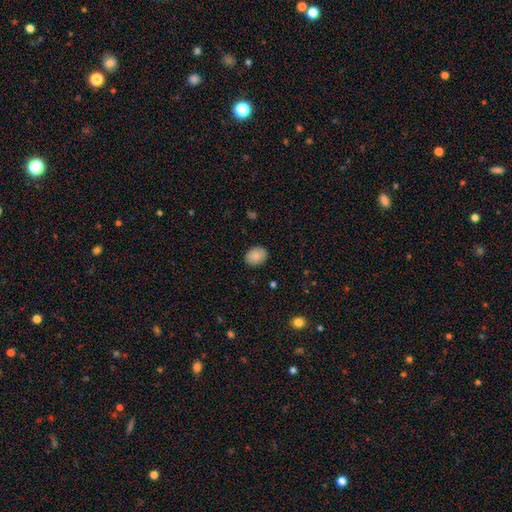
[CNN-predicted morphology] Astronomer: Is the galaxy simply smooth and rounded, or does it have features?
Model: smooth — 86%.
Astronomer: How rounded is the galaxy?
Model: in between — 58% (runner-up: round, 41%).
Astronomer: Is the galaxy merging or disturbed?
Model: none — 88%.